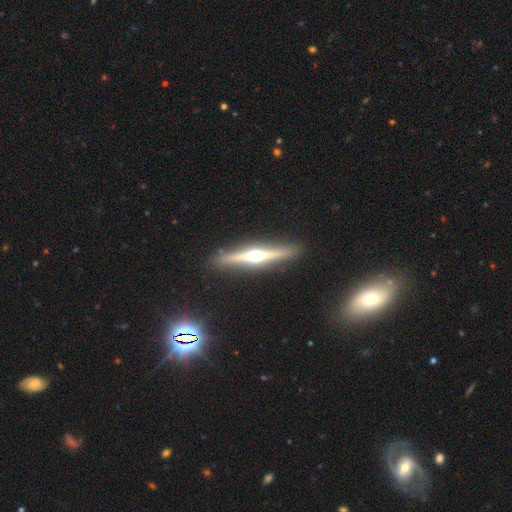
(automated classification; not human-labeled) Morphology: type=featured or disk (79%); edge-on=yes (97%); edge-on bulge=rounded (95%); merging=none (91%).